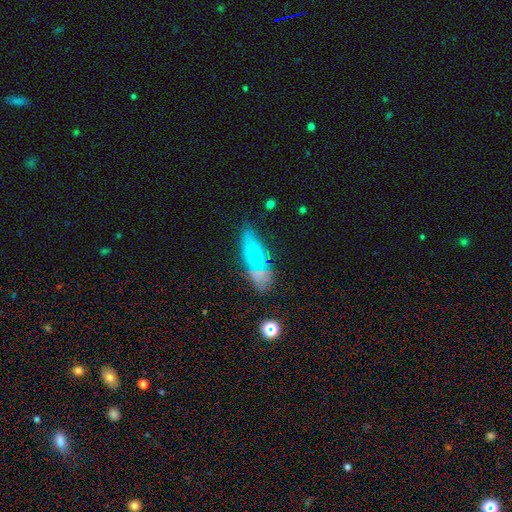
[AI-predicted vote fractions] Smooth or featured: smooth — 58% (featured or disk — 22%)
How rounded: in between — 56% (cigar-shaped — 38%)
Merging: none — 60% (minor disturbance — 20%)